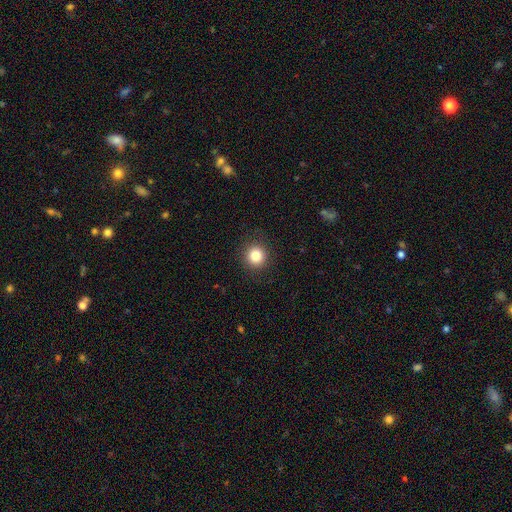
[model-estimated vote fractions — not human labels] smooth 84%, star or artifact 11%, featured or disk 5%. Down the decision tree: how rounded — round (93%); merging — none (90%).